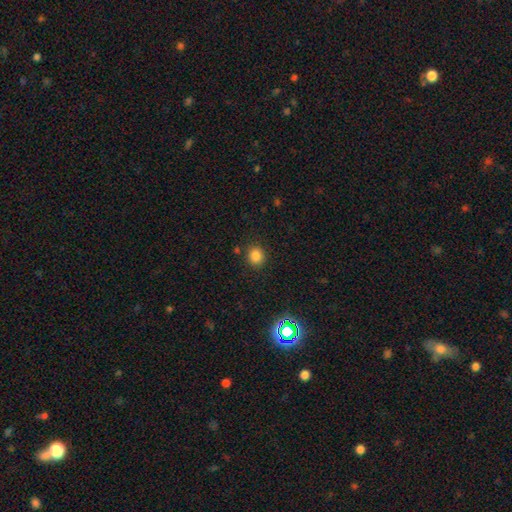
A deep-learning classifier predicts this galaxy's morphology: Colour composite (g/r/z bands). It shows a smooth galaxy with no disk features (82%) that is round (79%). Merging: none (86%).